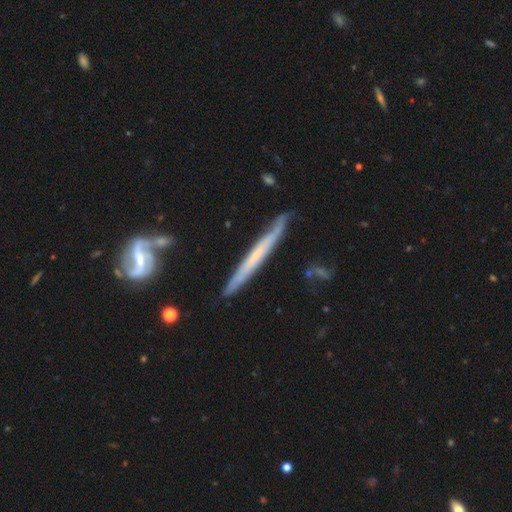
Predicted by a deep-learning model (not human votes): A featured or disk galaxy (62%) viewed edge-on (89%) with no central bulge (78%).

Vote fractions:
- Smooth or featured? featured or disk: 62% / smooth: 33% / star or artifact: 6%
- Edge-on disk? yes: 89% / no: 11%
- Edge-on bulge? none: 78% / rounded: 14% / boxy: 8%
- Merging? none: 77% / minor disturbance: 16% / merger: 4% / major disturbance: 3%